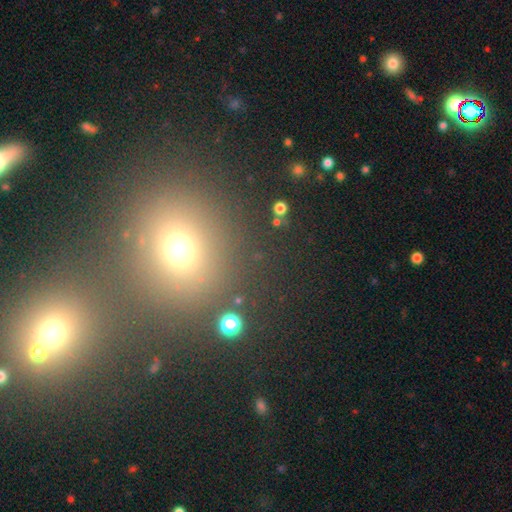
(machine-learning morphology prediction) Overall: smooth (50%; star or artifact 40%). Merging: none (80%).